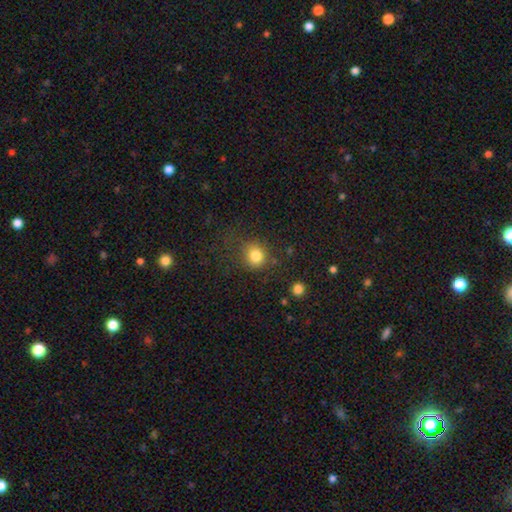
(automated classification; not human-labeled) This appears to be a smooth galaxy with no disk features (82%) that is round (85%). Merging: none (76%).